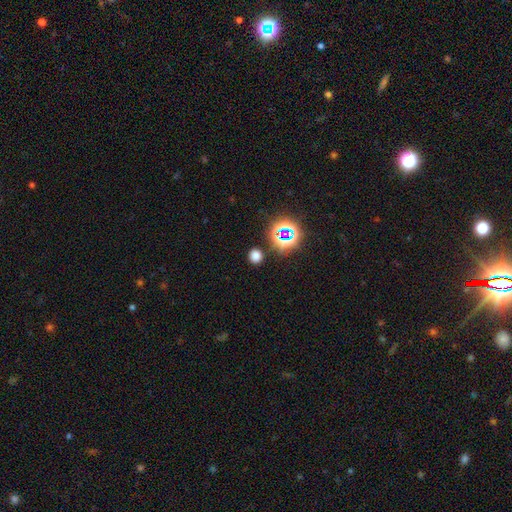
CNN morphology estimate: type=smooth (68%); roundness=round (84%); merging=none (87%).